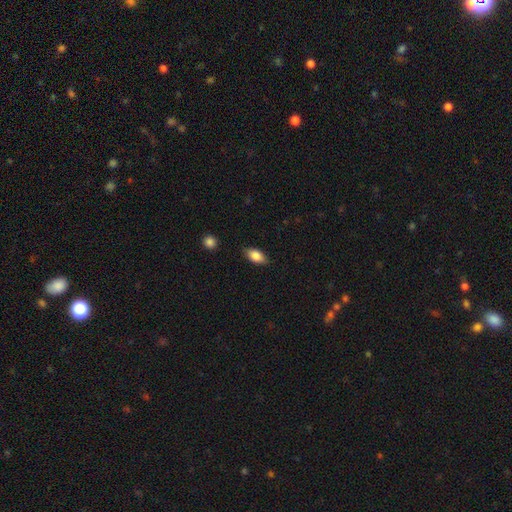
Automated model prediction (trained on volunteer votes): This appears to be a smooth galaxy with no disk features (83%) that is in between round and cigar-shaped (90%). Merging: none (84%).